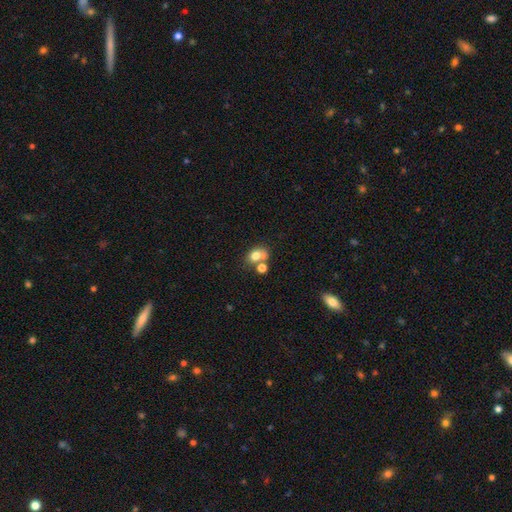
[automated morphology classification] smooth-or-featured: smooth: 72% | featured or disk: 17% | star or artifact: 12%
  how-rounded: in between: 53% | round: 46% | cigar-shaped: 1%
  merging: merger: 44% | none: 39% | minor disturbance: 11% | major disturbance: 6%